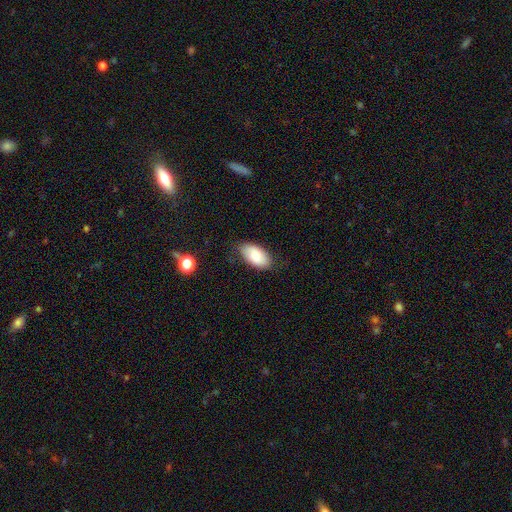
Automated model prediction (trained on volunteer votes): Smooth or featured? Predicted: smooth (p=0.80). How rounded? Predicted: in between (p=0.95). Merging? Predicted: none (p=0.76).